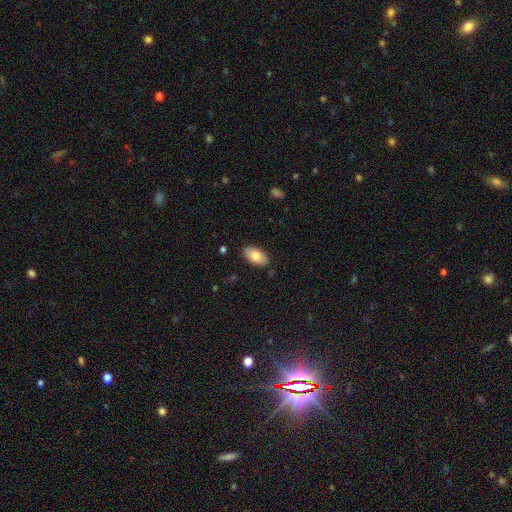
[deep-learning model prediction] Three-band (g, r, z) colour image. It shows a smooth galaxy with no disk features (77%) that is in between round and cigar-shaped (94%). Merging: none (87%).